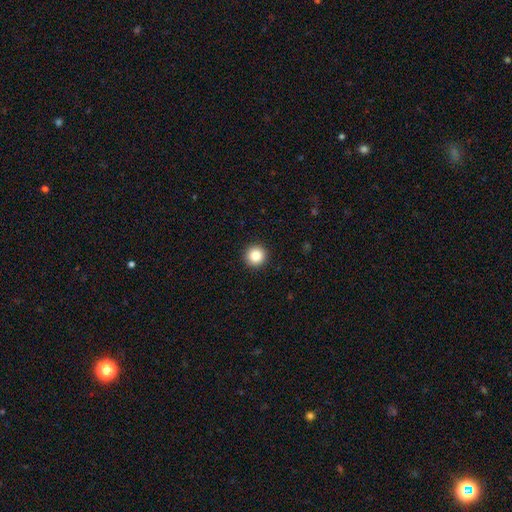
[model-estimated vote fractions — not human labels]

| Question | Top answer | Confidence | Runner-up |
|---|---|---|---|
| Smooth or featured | smooth | 86% | star or artifact (10%) |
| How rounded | round | 96% | in between (3%) |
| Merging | none | 93% | minor disturbance (4%) |